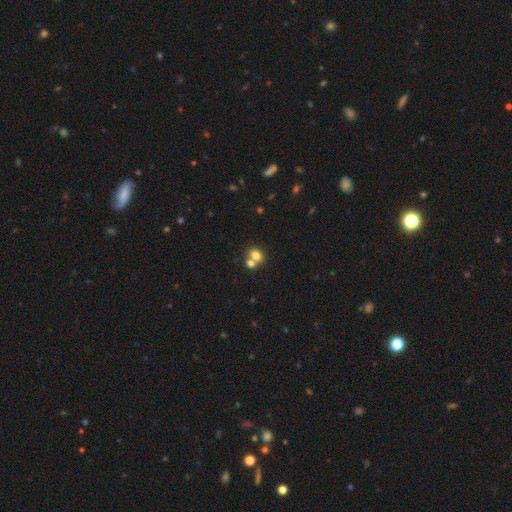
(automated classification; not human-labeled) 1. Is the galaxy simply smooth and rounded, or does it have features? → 76% smooth, 13% featured or disk, 11% star or artifact.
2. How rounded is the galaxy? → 51% round, 47% in between, 1% cigar-shaped.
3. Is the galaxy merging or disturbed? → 53% merger, 37% none, 7% minor disturbance, 3% major disturbance.